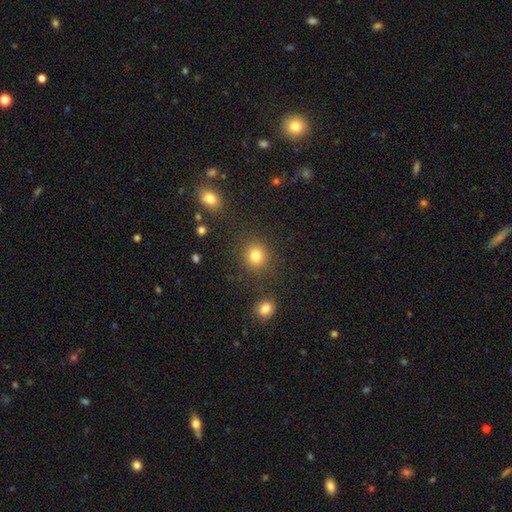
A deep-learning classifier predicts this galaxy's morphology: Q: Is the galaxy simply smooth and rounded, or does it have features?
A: smooth — 82%.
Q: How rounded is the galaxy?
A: round — 88%.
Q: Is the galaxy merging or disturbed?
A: none — 85%.